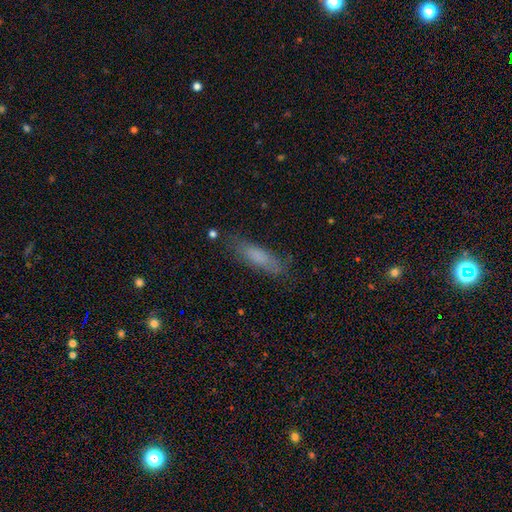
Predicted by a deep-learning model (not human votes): Overall: smooth (69%). How rounded: cigar-shaped (67%; in between 31%). Merging: none (76%).